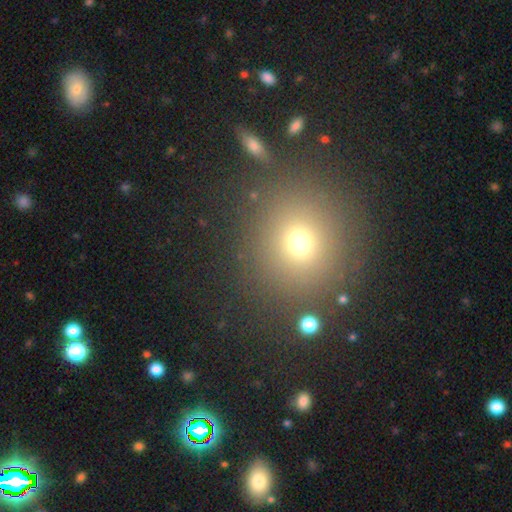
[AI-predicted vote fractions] Smooth or featured? Predicted: smooth (p=0.62). How rounded? Predicted: round (p=0.90). Merging? Predicted: none (p=0.87).